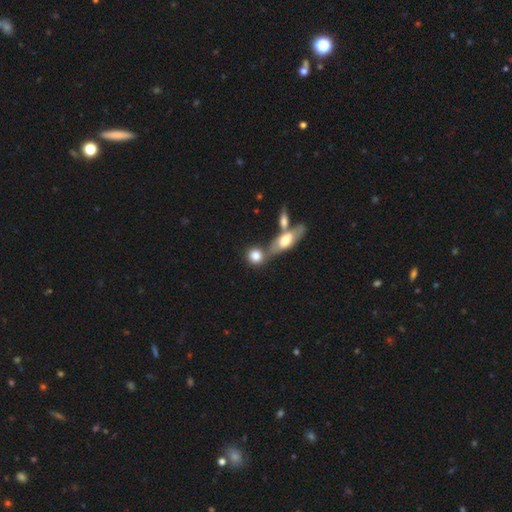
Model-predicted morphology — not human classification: Smooth or featured?
  - smooth: 77% *
  - featured or disk: 15%
  - star or artifact: 9%
How rounded?
  - round: 74% *
  - in between: 20%
  - cigar-shaped: 5%
Merging?
  - none: 46% *
  - merger: 38%
  - minor disturbance: 11%
  - major disturbance: 5%